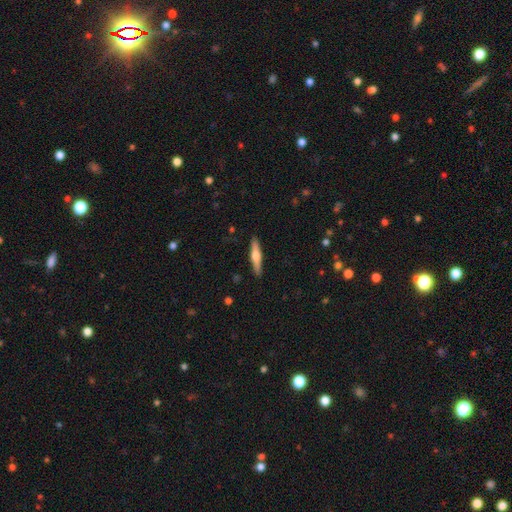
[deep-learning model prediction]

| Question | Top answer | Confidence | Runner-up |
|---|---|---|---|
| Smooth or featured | featured or disk | 50% | smooth (45%) |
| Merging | none | 90% | minor disturbance (7%) |